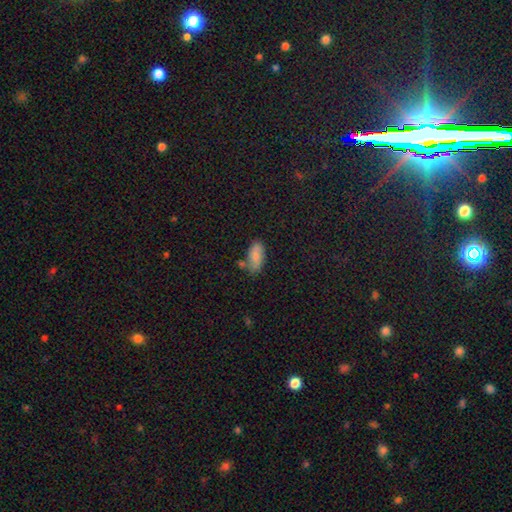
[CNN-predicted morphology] smooth 79%, featured or disk 13%, star or artifact 8%. Down the decision tree: how rounded — in between (90%); merging — none (65%).